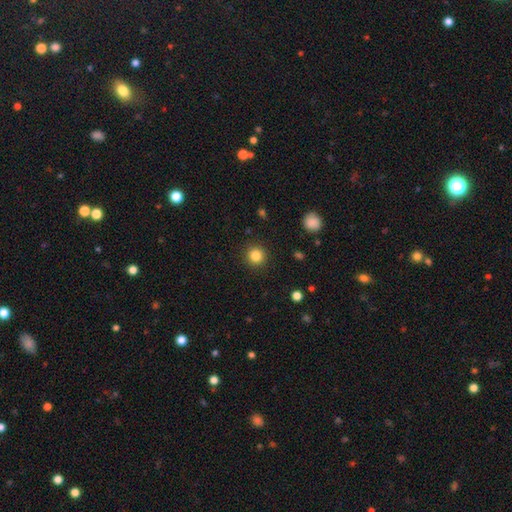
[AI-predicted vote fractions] The model was most divided on "smooth or featured": smooth: 84%, star or artifact: 11%, featured or disk: 5%. More confident: how rounded — round (94%); merging — none (91%).